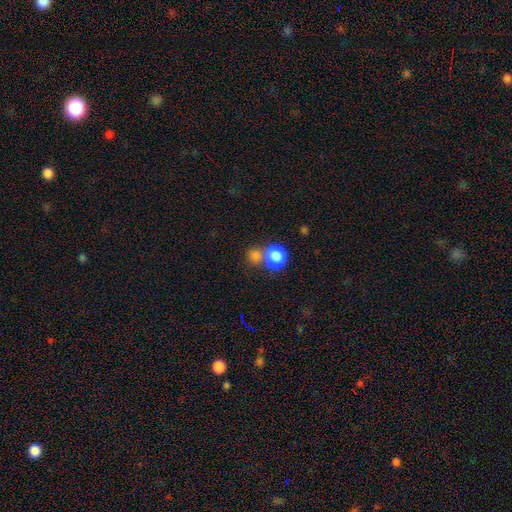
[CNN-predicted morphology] A smooth galaxy with no disk features (77%) that is round (84%). Merging: none (57%).